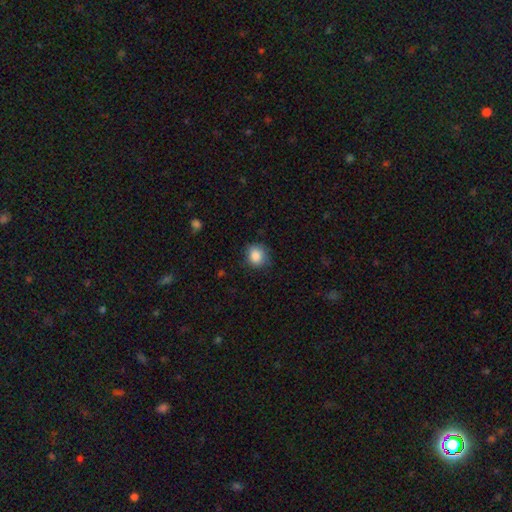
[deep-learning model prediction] smooth-or-featured: smooth: 87% | star or artifact: 9% | featured or disk: 4%
  how-rounded: round: 79% | in between: 20% | cigar-shaped: 1%
  merging: none: 77% | minor disturbance: 19% | major disturbance: 4% | merger: 1%